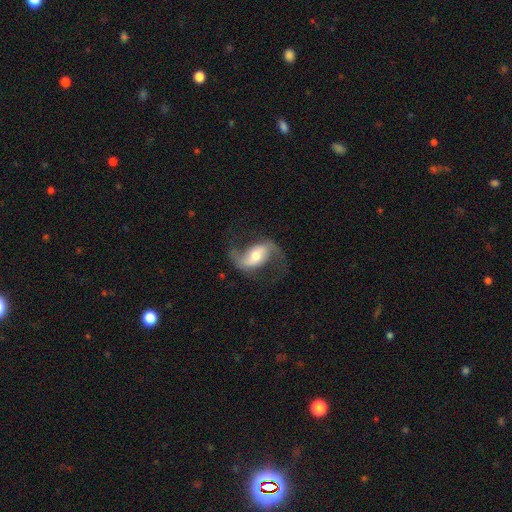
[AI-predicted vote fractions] Smooth or featured? Predicted: featured or disk (p=0.85). Edge-on disk? Predicted: no (p=0.96). Bar? Predicted: weak (p=0.41). Spiral arms? Predicted: yes (p=0.95). Spiral winding? Predicted: loose (p=0.67). Spiral arm count? Predicted: 2 (p=0.93). Bulge size? Predicted: moderate (p=0.62). Merging? Predicted: none (p=0.72).